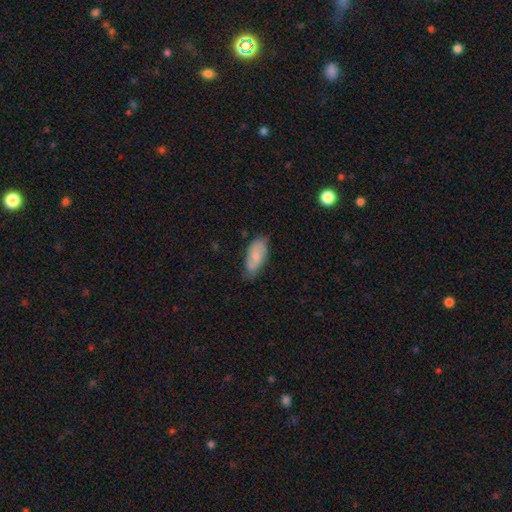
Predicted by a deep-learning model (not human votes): Smooth or featured?
  - smooth: 62% *
  - featured or disk: 31%
  - star or artifact: 7%
How rounded?
  - in between: 89% *
  - cigar-shaped: 8%
  - round: 3%
Merging?
  - none: 71% *
  - minor disturbance: 23%
  - major disturbance: 4%
  - merger: 2%